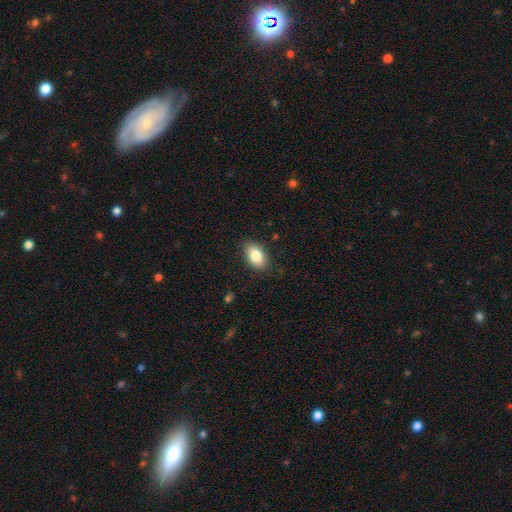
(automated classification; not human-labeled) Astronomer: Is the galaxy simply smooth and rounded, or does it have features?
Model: smooth — 84%.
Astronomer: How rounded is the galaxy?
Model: in between — 92%.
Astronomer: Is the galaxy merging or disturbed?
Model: none — 87%.